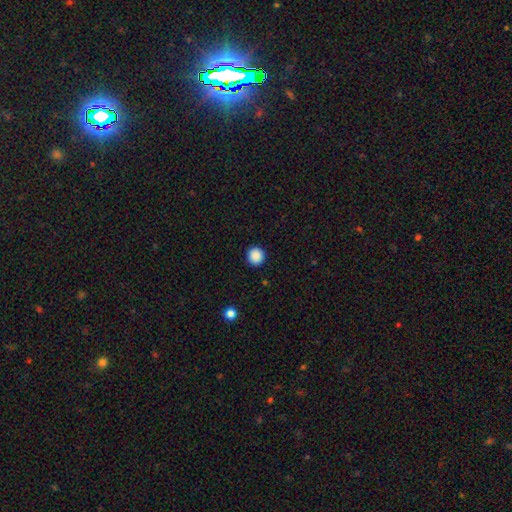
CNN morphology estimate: Q: Smooth or featured?
A: smooth (89%); runner-up: star or artifact (9%)
Q: How rounded?
A: round (94%); runner-up: in between (5%)
Q: Merging?
A: none (93%); runner-up: minor disturbance (5%)